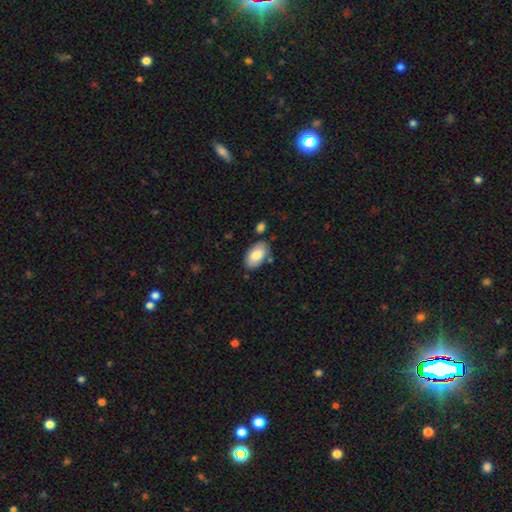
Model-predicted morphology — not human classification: smooth 83%, featured or disk 11%, star or artifact 6%. Down the decision tree: how rounded — in between (94%); merging — none (77%).